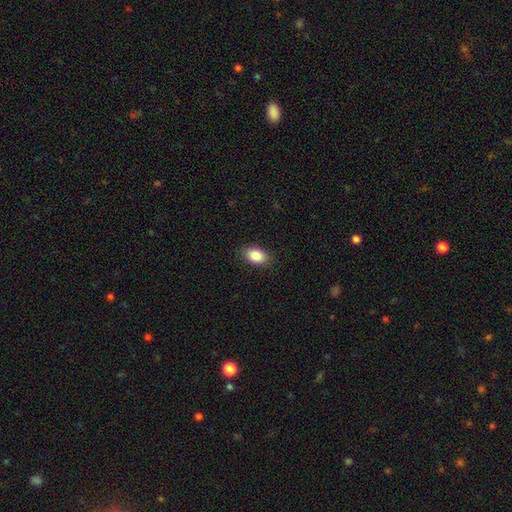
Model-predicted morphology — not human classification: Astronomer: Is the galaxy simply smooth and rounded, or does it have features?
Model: smooth — 86%.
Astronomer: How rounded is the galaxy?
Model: in between — 88%.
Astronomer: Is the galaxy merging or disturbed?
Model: none — 88%.